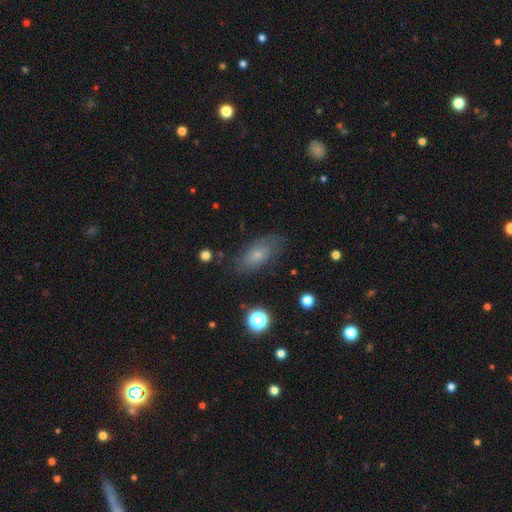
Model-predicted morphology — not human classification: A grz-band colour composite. It shows a smooth galaxy with no disk features (57%) that is in between round and cigar-shaped (83%). Merging: none (76%).